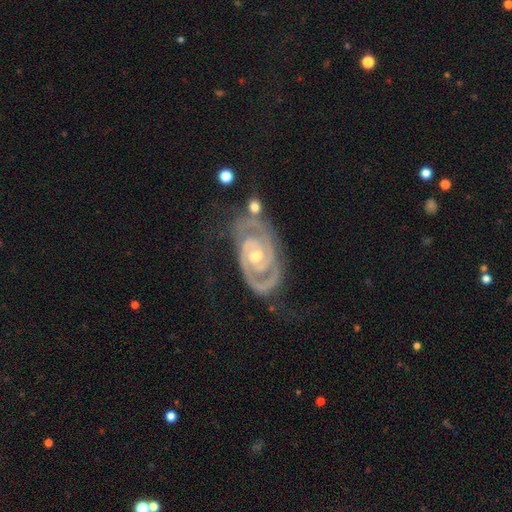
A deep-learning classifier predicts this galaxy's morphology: smooth_or_featured: featured or disk (p=0.93) [alt: star or artifact p=0.04]
disk_edge_on: no (p=0.97) [alt: yes p=0.03]
bar: no (p=0.62) [alt: weak p=0.28]
has_spiral_arms: yes (p=0.98) [alt: no p=0.02]
spiral_winding: tight (p=0.72) [alt: medium p=0.24]
spiral_arm_count: 2 (p=0.82) [alt: can't tell p=0.05]
bulge_size: moderate (p=0.57) [alt: small p=0.39]
merging: none (p=0.61) [alt: minor disturbance p=0.21]